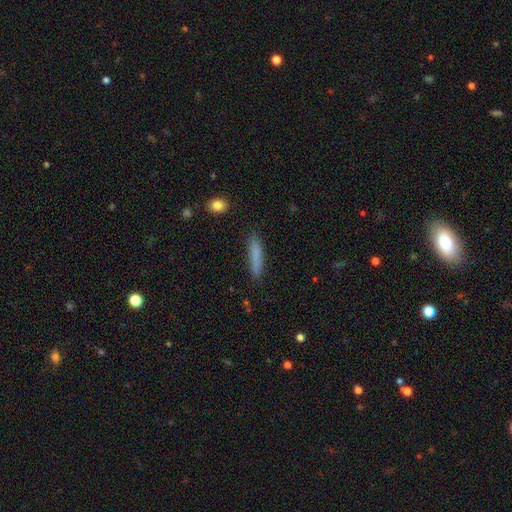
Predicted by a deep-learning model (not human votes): smooth-or-featured: smooth: 79% | featured or disk: 13% | star or artifact: 8%
  how-rounded: cigar-shaped: 90% | in between: 8% | round: 1%
  merging: none: 84% | minor disturbance: 12% | major disturbance: 2% | merger: 2%